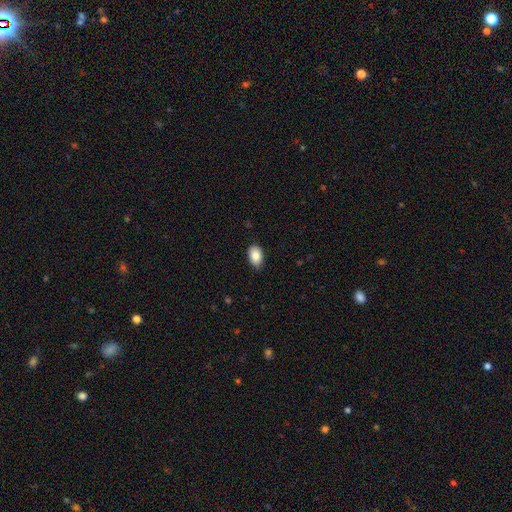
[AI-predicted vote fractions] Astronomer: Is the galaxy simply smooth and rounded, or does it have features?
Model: smooth — 86%.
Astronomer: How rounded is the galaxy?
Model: in between — 90%.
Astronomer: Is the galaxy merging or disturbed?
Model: none — 84%.